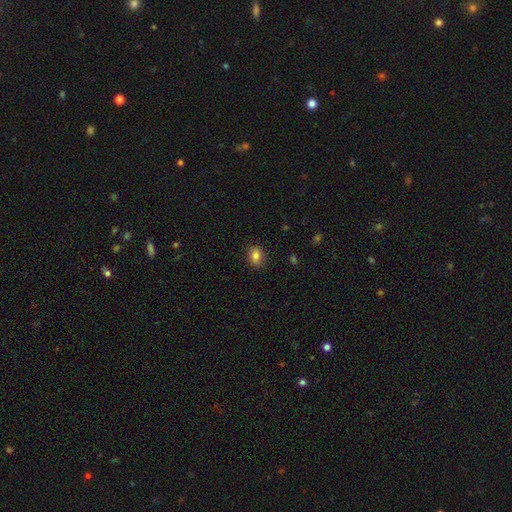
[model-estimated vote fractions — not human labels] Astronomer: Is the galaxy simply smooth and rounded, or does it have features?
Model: smooth — 82%.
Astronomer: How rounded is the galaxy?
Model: in between — 59% (runner-up: round, 39%).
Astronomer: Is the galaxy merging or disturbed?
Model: none — 87%.